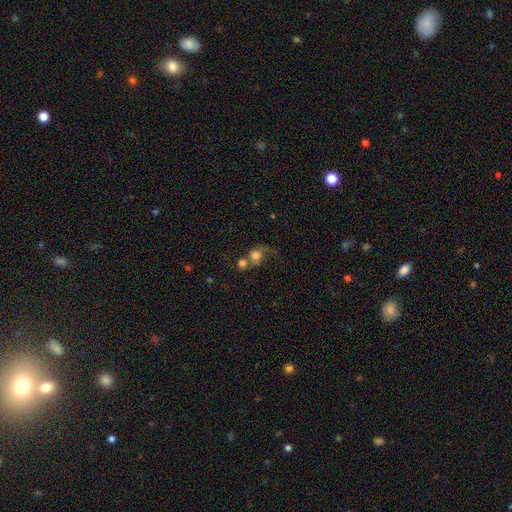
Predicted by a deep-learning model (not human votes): The model was most divided on "merging": merger: 51%, none: 21%, major disturbance: 19%, minor disturbance: 10%. More confident: how rounded — round (76%); smooth or featured — smooth (61%).